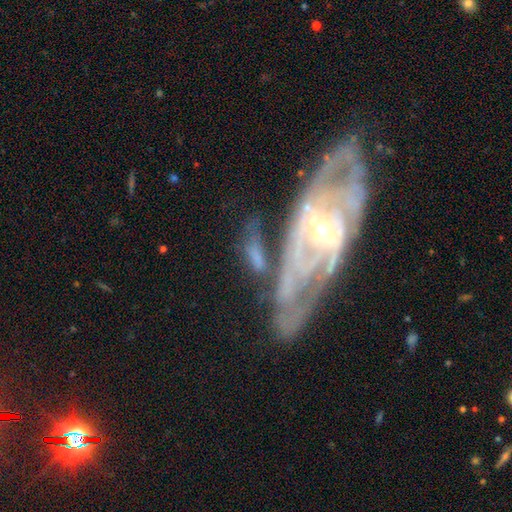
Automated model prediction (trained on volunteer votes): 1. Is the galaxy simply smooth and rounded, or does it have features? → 55% featured or disk, 34% smooth, 12% star or artifact.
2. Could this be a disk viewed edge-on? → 77% no, 23% yes.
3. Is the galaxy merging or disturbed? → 49% none, 22% minor disturbance, 15% major disturbance, 14% merger.